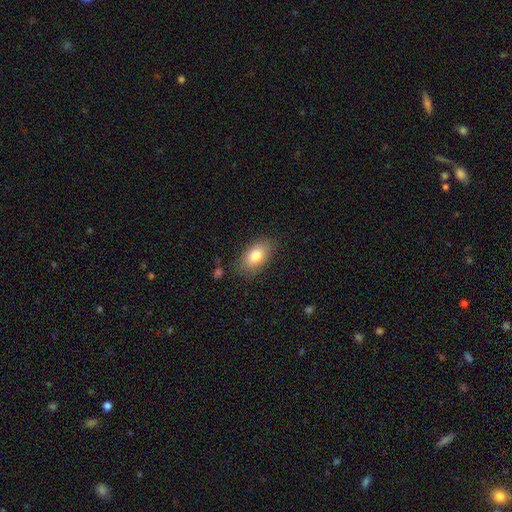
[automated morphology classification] A smooth galaxy with no disk features (81%) that is in between round and cigar-shaped (90%).

Vote fractions:
- Smooth or featured? smooth: 81% / featured or disk: 12% / star or artifact: 8%
- How rounded? in between: 90% / round: 8% / cigar-shaped: 2%
- Merging? none: 81% / minor disturbance: 13% / major disturbance: 4% / merger: 2%